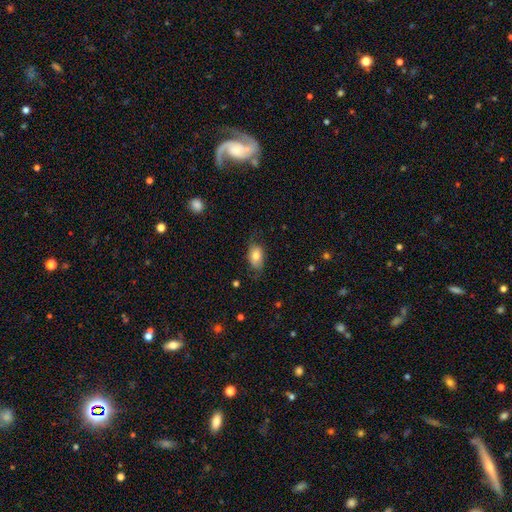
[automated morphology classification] Q: Smooth or featured?
A: smooth (76%); runner-up: featured or disk (17%)
Q: How rounded?
A: in between (88%); runner-up: round (10%)
Q: Merging?
A: none (65%); runner-up: minor disturbance (25%)